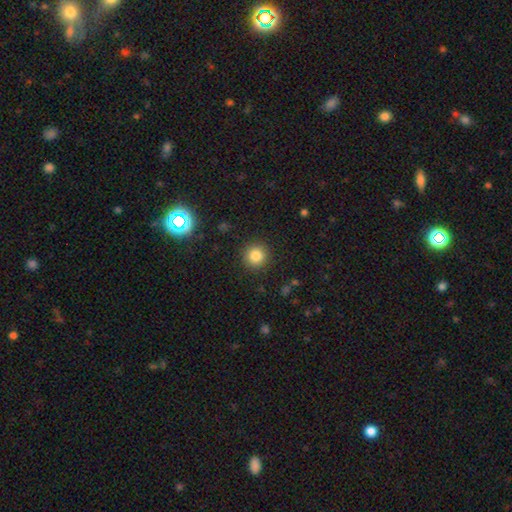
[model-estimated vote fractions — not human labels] Smooth or featured? Predicted: smooth (p=0.83). How rounded? Predicted: round (p=0.94). Merging? Predicted: none (p=0.90).